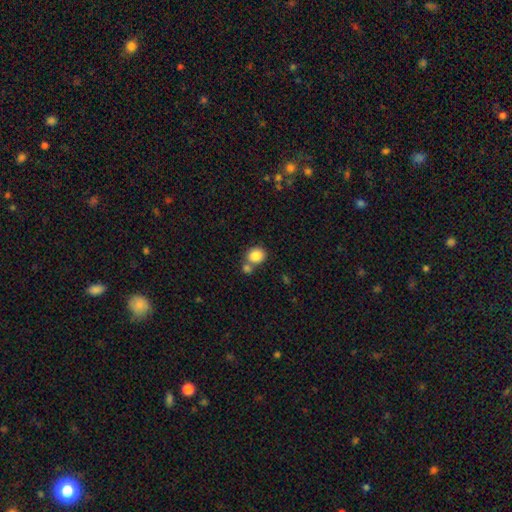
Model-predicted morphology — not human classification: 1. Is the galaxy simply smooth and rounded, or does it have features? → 85% smooth, 9% star or artifact, 6% featured or disk.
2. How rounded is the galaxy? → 72% round, 27% in between, 1% cigar-shaped.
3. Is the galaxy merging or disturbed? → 56% none, 31% merger, 10% minor disturbance, 3% major disturbance.